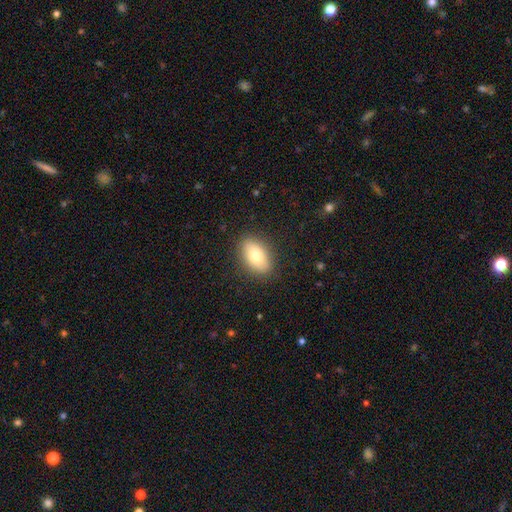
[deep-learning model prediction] A smooth galaxy with no disk features (80%) that is in between round and cigar-shaped (90%).

Vote fractions:
- Smooth or featured? smooth: 80% / featured or disk: 13% / star or artifact: 7%
- How rounded? in between: 90% / round: 7% / cigar-shaped: 3%
- Merging? none: 87% / minor disturbance: 10% / major disturbance: 3% / merger: 1%